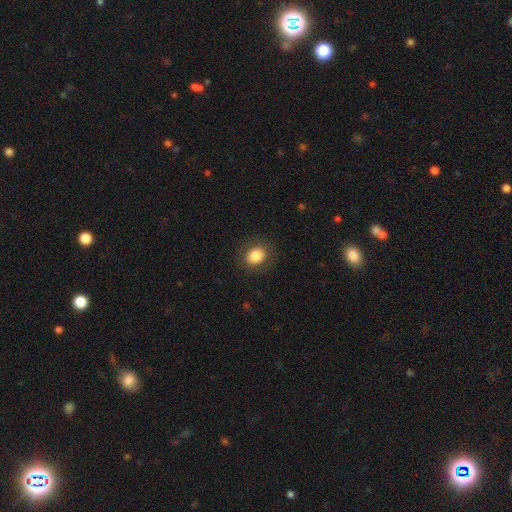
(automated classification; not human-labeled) Q: Smooth or featured?
A: smooth (83%); runner-up: star or artifact (9%)
Q: How rounded?
A: round (64%); runner-up: in between (35%)
Q: Merging?
A: none (87%); runner-up: minor disturbance (8%)